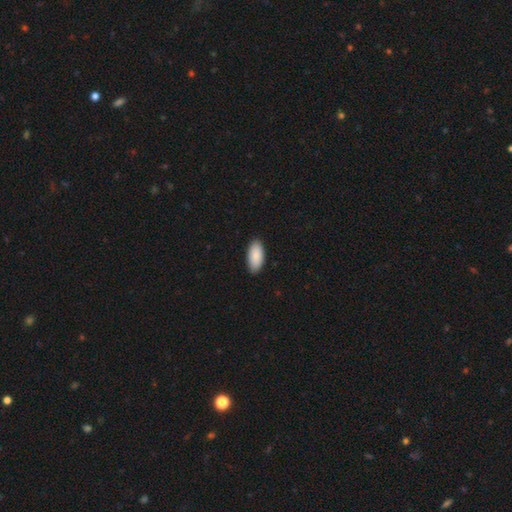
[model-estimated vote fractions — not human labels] A smooth galaxy with no disk features (90%) that is in between round and cigar-shaped (93%). Merging: none (89%).